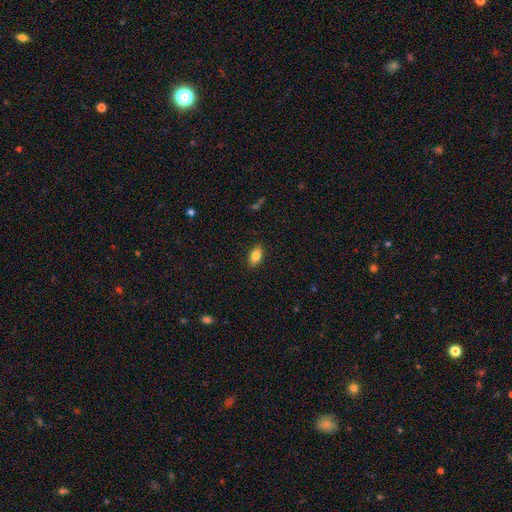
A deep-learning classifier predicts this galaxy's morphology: A smooth galaxy with no disk features (82%) that is in between round and cigar-shaped (89%). Merging: none (88%).